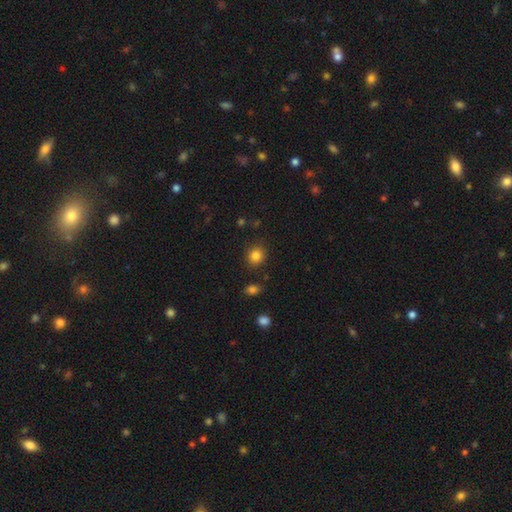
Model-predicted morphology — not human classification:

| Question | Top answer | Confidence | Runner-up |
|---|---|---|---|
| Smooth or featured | smooth | 83% | star or artifact (11%) |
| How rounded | round | 83% | in between (16%) |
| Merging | none | 86% | minor disturbance (8%) |